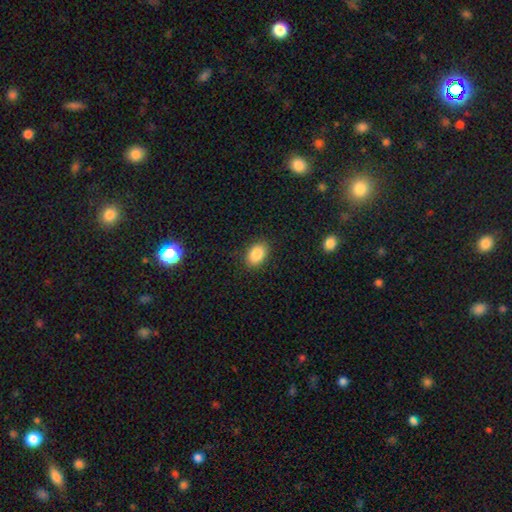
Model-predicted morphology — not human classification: Overall: smooth (87%). How rounded: in between (82%). Merging: none (86%).